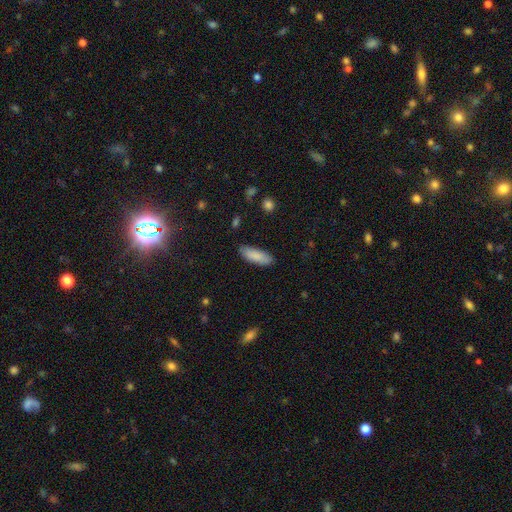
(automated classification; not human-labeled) Smooth or featured: smooth — 86% (featured or disk — 8%)
How rounded: in between — 63% (cigar-shaped — 35%)
Merging: none — 84% (minor disturbance — 12%)